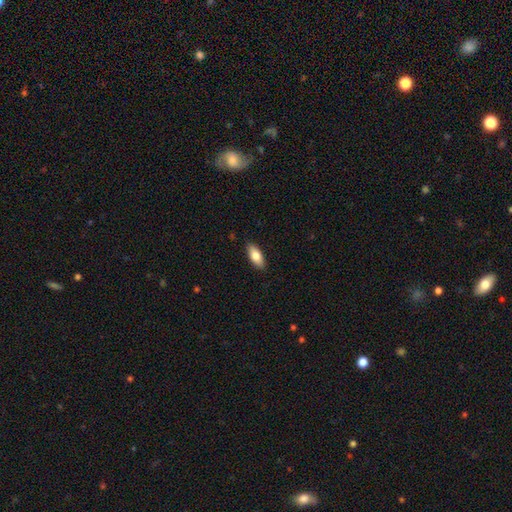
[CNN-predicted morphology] smooth_or_featured: smooth (p=0.80) [alt: featured or disk p=0.14]
how_rounded: in between (p=0.84) [alt: cigar-shaped p=0.14]
merging: none (p=0.89) [alt: minor disturbance p=0.08]